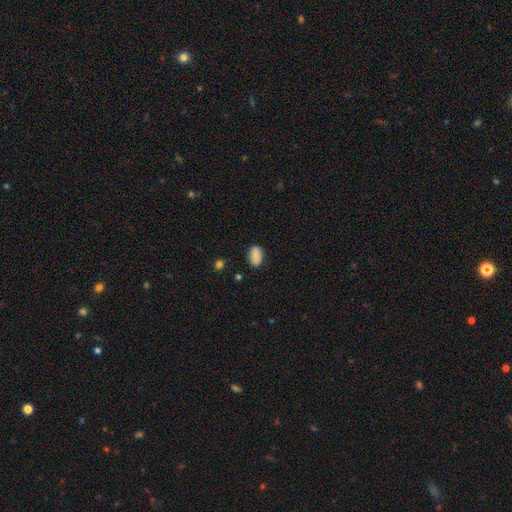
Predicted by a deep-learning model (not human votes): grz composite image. It shows a smooth galaxy with no disk features (79%) that is in between round and cigar-shaped (83%). Merging: none (80%).